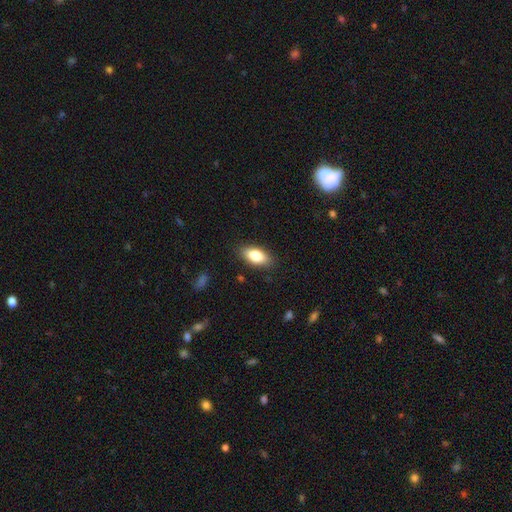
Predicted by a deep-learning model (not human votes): Overall: smooth (80%). How rounded: in between (87%). Merging: none (86%).